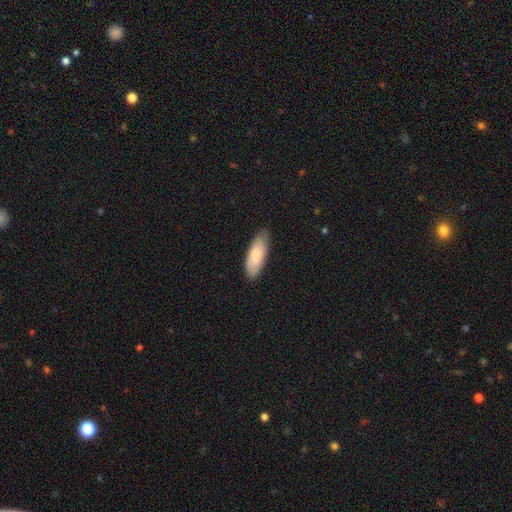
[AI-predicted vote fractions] The model was most divided on "how rounded": in between: 65%, cigar-shaped: 33%, round: 2%. More confident: smooth or featured — smooth (80%); merging — none (79%).